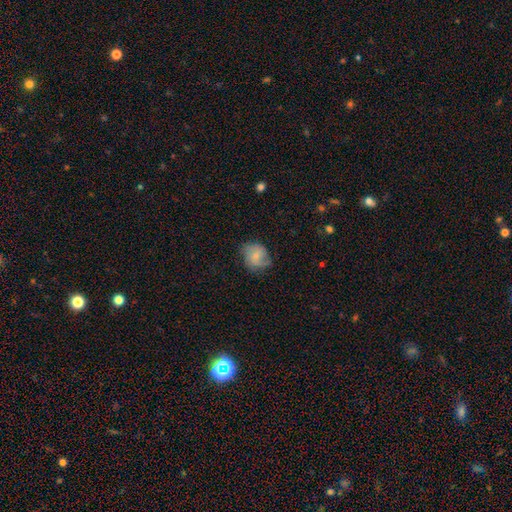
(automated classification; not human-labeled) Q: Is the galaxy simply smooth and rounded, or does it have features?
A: smooth — 62%.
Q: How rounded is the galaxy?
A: round — 64%.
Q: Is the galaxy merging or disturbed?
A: none — 58%.